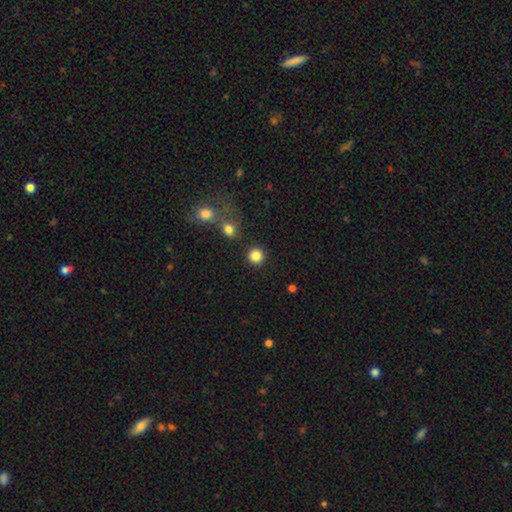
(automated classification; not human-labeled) This appears to be a smooth galaxy with no disk features (85%) that is round (94%). Merging: none (88%).